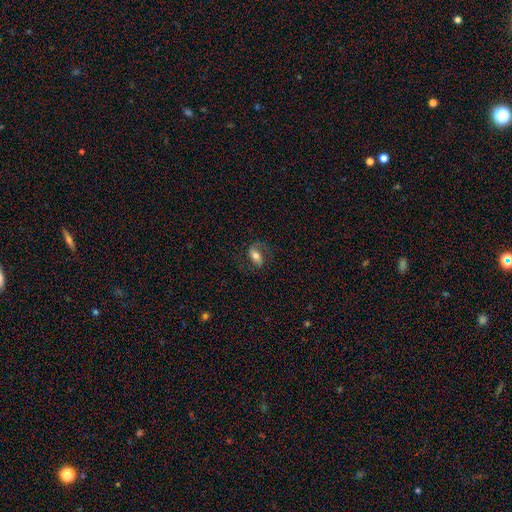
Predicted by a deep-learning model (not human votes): Smooth or featured? Predicted: featured or disk (p=0.46, tied with smooth). Merging? Predicted: none (p=0.68).